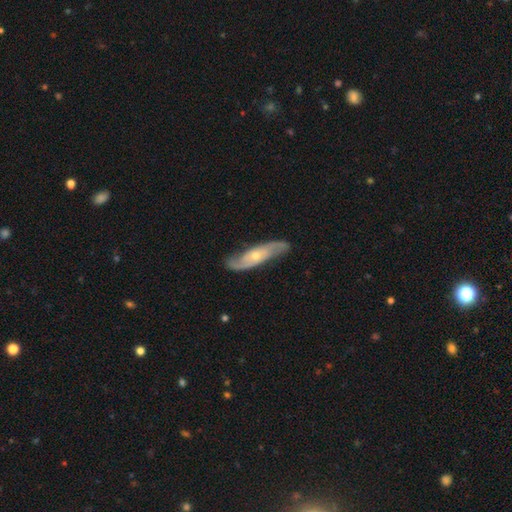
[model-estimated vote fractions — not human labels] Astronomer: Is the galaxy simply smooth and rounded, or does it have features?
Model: featured or disk — 79%.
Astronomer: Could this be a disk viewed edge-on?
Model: no — 80%.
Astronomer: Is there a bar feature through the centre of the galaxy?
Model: no — 66%.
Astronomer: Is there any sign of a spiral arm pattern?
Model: yes — 93%.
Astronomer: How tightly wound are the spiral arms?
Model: medium — 43% (runner-up: loose, 33%).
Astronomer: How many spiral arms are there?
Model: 2 — 86%.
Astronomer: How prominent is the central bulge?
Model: small — 57% (runner-up: moderate, 39%).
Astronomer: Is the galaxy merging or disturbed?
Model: none — 79%.